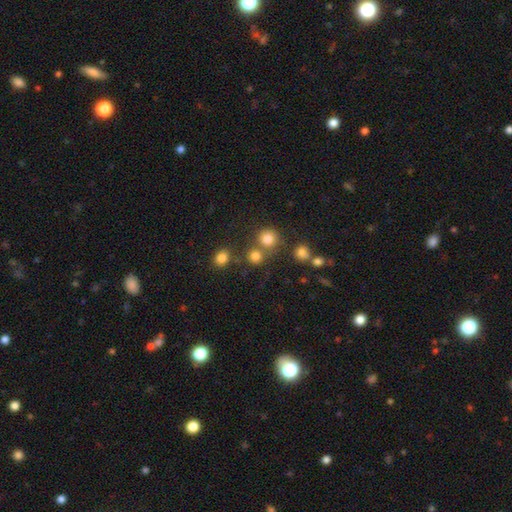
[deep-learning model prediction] Smooth or featured? Predicted: smooth (p=0.78). How rounded? Predicted: round (p=0.87). Merging? Predicted: none (p=0.65).